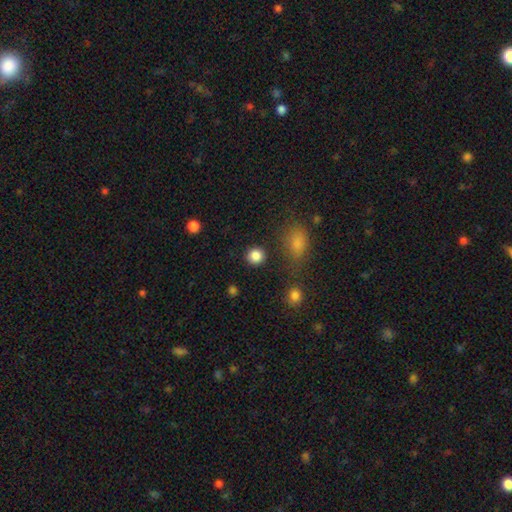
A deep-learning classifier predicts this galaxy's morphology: Smooth or featured? Predicted: smooth (p=0.85). How rounded? Predicted: round (p=0.91). Merging? Predicted: none (p=0.88).